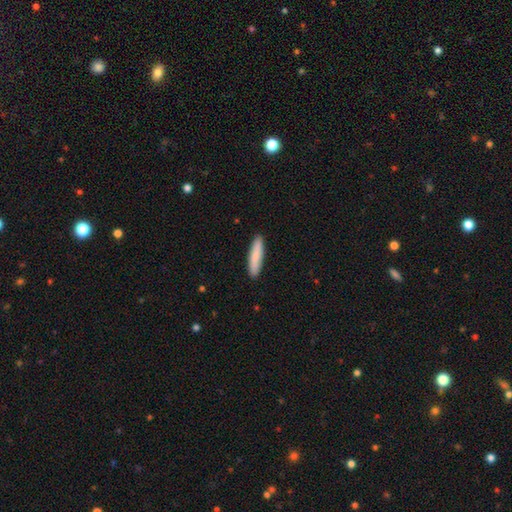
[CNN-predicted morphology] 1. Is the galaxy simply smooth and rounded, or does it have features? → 85% smooth, 10% featured or disk, 5% star or artifact.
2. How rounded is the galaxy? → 84% cigar-shaped, 15% in between, 1% round.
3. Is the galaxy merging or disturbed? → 91% none, 7% minor disturbance, 1% major disturbance, 1% merger.